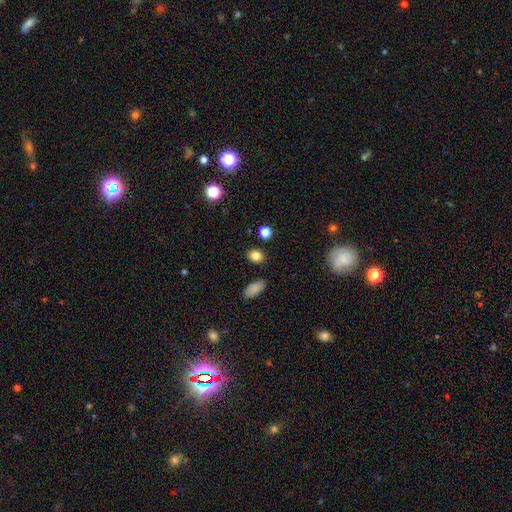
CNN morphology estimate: A smooth galaxy with no disk features (84%) that is in between round and cigar-shaped (51%). Merging: none (87%).